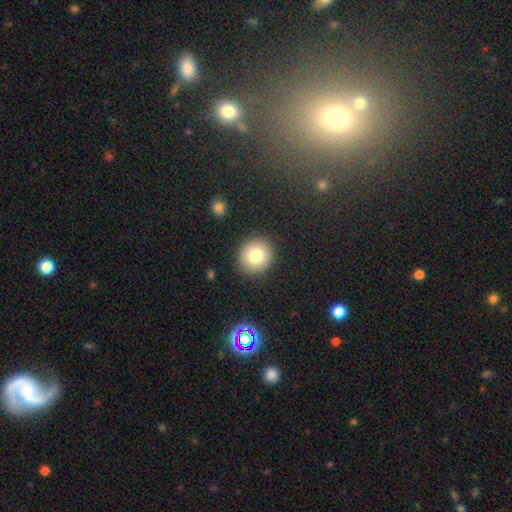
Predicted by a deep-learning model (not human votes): The model was most divided on "smooth or featured": smooth: 79%, star or artifact: 11%, featured or disk: 10%. More confident: how rounded — round (91%); merging — none (90%).